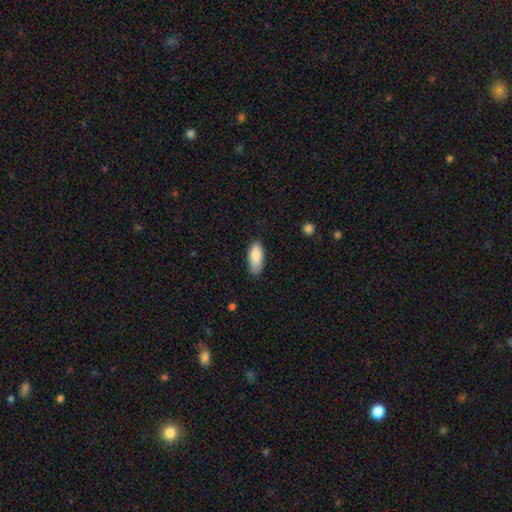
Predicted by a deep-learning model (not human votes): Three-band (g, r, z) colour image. It shows a smooth galaxy with no disk features (88%) that is in between round and cigar-shaped (86%). Merging: none (75%).